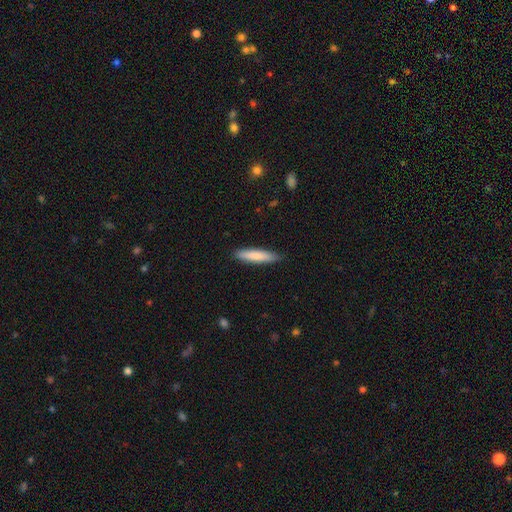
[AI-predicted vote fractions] Smooth or featured?
  - smooth: 84% *
  - featured or disk: 11%
  - star or artifact: 5%
How rounded?
  - cigar-shaped: 79% *
  - in between: 19%
  - round: 1%
Merging?
  - none: 87% *
  - minor disturbance: 10%
  - major disturbance: 2%
  - merger: 1%